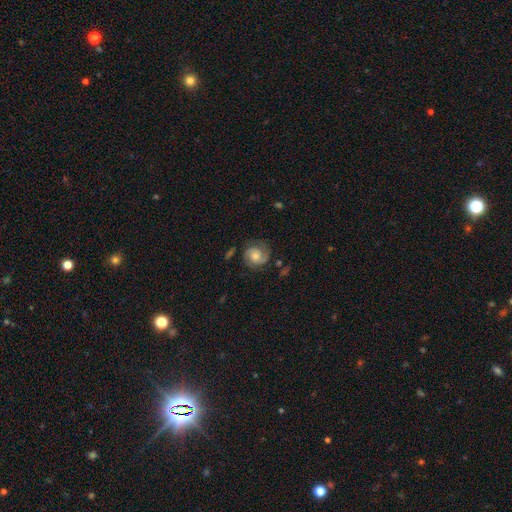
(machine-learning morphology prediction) Smooth or featured: featured or disk — 68% (smooth — 24%)
Edge-on disk: no — 98% (yes — 2%)
Bar: no — 71% (weak — 25%)
Spiral arms: yes — 94% (no — 6%)
Spiral winding: tight — 48% (medium — 40%)
Spiral arm count: 2 — 79% (can't tell — 9%)
Bulge size: moderate — 60% (small — 24%)
Merging: none — 74% (minor disturbance — 17%)